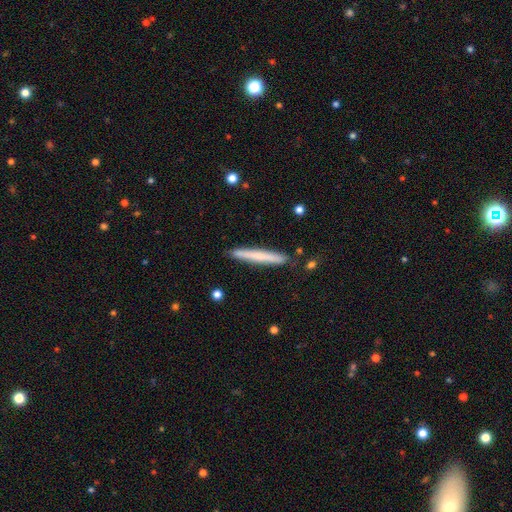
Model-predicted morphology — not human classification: Smooth or featured? smooth (65%)
How rounded? cigar-shaped (96%)
Merging? none (88%)